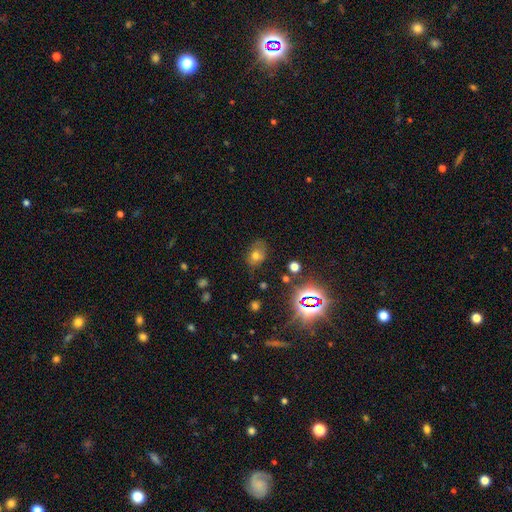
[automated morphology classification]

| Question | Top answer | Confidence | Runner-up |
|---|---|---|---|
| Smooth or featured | smooth | 62% | star or artifact (22%) |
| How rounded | in between | 65% | round (34%) |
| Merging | none | 66% | minor disturbance (23%) |